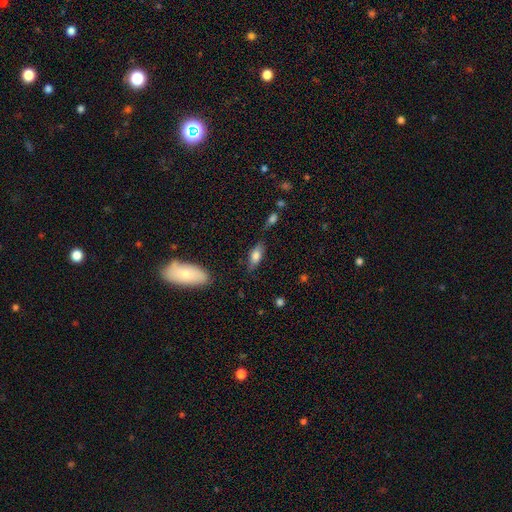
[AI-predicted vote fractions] Overall: smooth (68%). How rounded: in between (75%). Merging: none (72%).